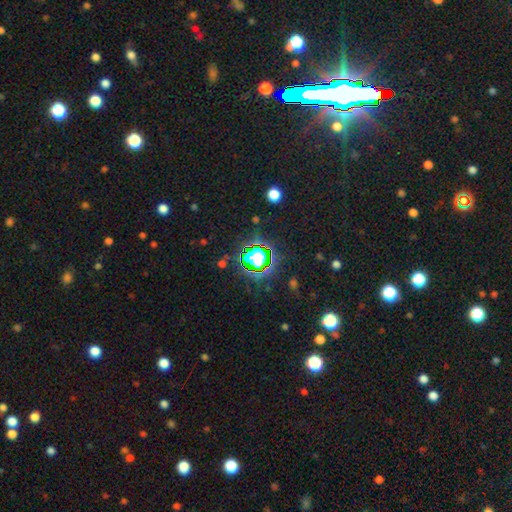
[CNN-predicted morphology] Overall: star or artifact (69%).